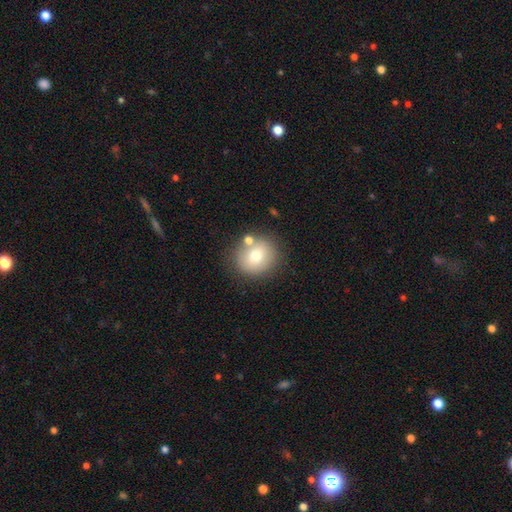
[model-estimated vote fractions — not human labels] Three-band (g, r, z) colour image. It shows a smooth galaxy with no disk features (72%) that is round (84%). Merging: none (75%).